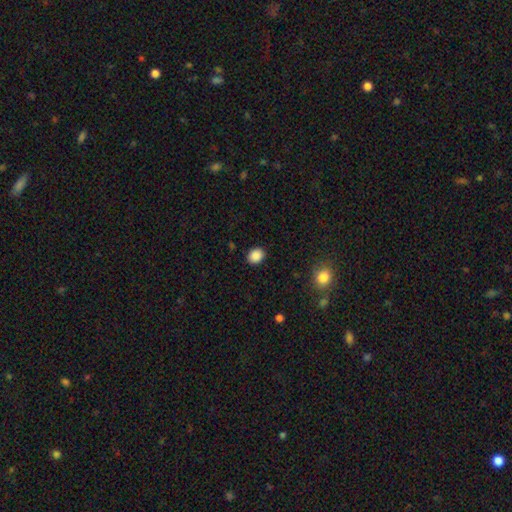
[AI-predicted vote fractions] smooth_or_featured: smooth (p=0.88) [alt: star or artifact p=0.09]
how_rounded: round (p=0.65) [alt: in between p=0.34]
merging: none (p=0.89) [alt: minor disturbance p=0.07]